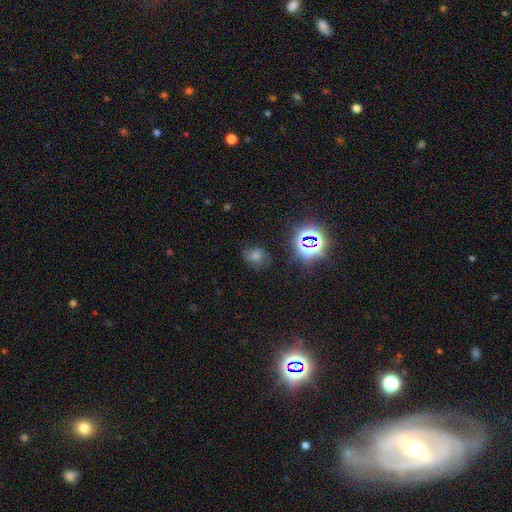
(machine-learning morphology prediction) Overall: smooth (51%; star or artifact 31%). How rounded: round (55%; in between 43%). Merging: none (63%; minor disturbance 24%).